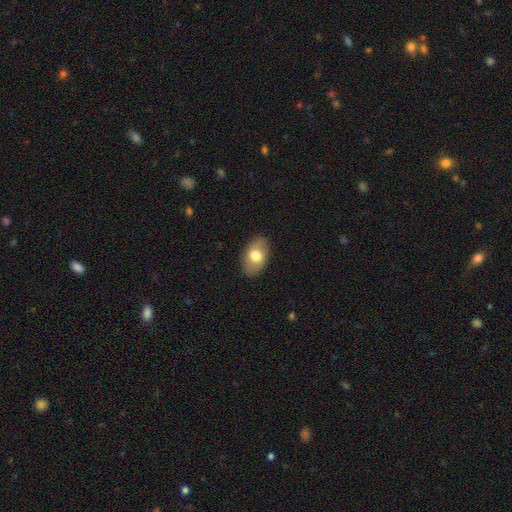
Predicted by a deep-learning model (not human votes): A smooth galaxy with no disk features (72%) that is in between round and cigar-shaped (90%). Merging: none (86%).